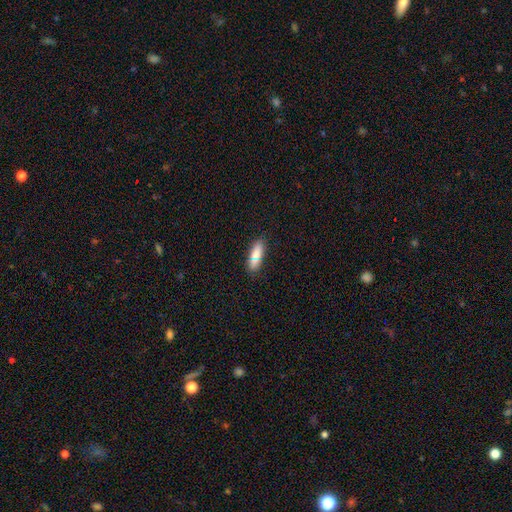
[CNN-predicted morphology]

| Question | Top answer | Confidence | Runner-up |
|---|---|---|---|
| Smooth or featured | smooth | 79% | featured or disk (14%) |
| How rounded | in between | 52% | cigar-shaped (46%) |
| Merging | none | 82% | minor disturbance (12%) |